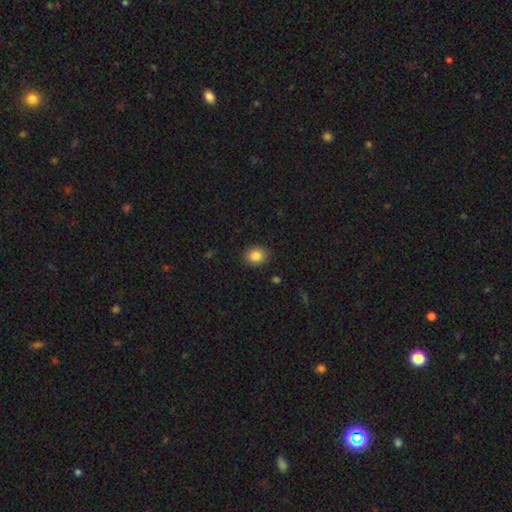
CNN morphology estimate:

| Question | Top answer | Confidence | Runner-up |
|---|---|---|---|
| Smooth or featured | smooth | 86% | star or artifact (9%) |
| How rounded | round | 57% | in between (42%) |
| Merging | none | 89% | minor disturbance (8%) |